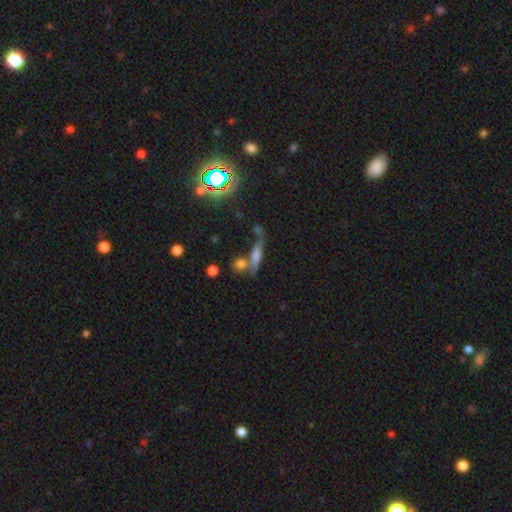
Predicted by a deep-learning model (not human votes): A smooth galaxy with no disk features (50%).

Vote fractions:
- Smooth or featured? smooth: 50% / featured or disk: 30% / star or artifact: 20%
- Merging? none: 53% / merger: 25% / minor disturbance: 14% / major disturbance: 7%